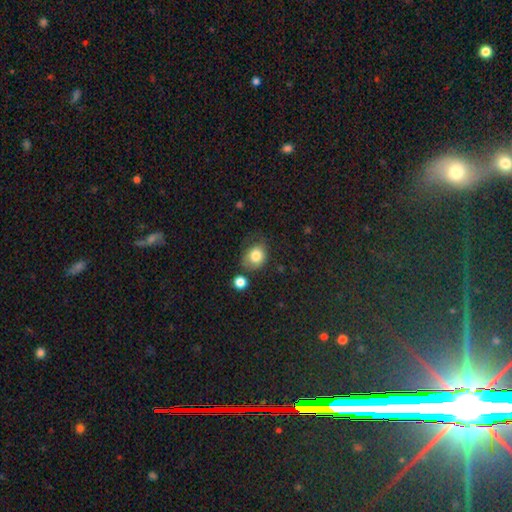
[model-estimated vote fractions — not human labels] A smooth galaxy with no disk features (81%) that is round (60%). Merging: none (58%).